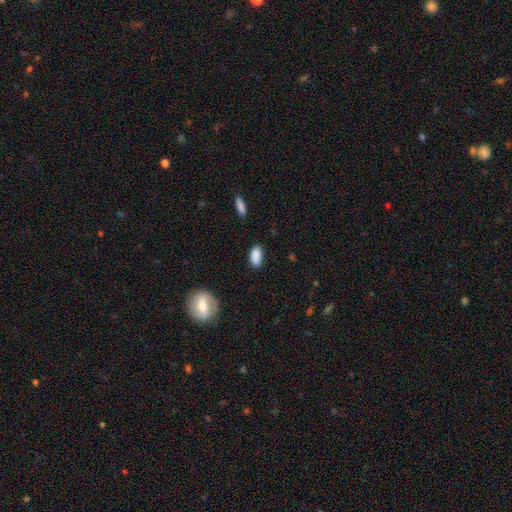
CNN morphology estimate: Q: Smooth or featured?
A: smooth (88%); runner-up: star or artifact (7%)
Q: How rounded?
A: in between (90%); runner-up: cigar-shaped (7%)
Q: Merging?
A: none (83%); runner-up: minor disturbance (12%)